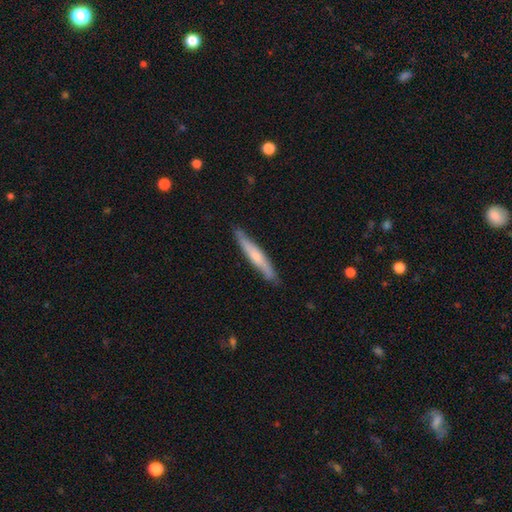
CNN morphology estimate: A smooth galaxy with no disk features (51%) that is cigar-shaped (94%). Merging: none (85%).